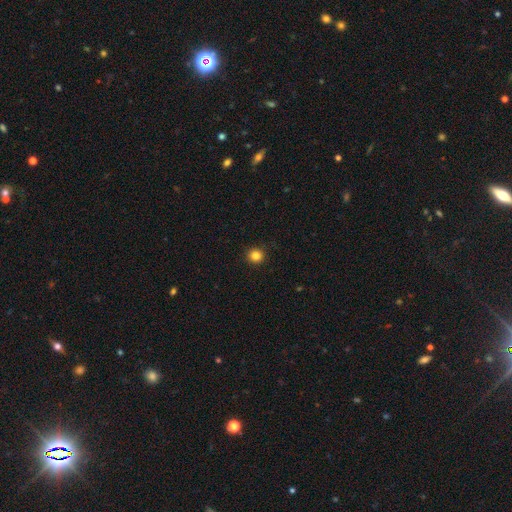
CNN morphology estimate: Smooth or featured: smooth — 84% (star or artifact — 12%)
How rounded: round — 93% (in between — 6%)
Merging: none — 92% (minor disturbance — 5%)